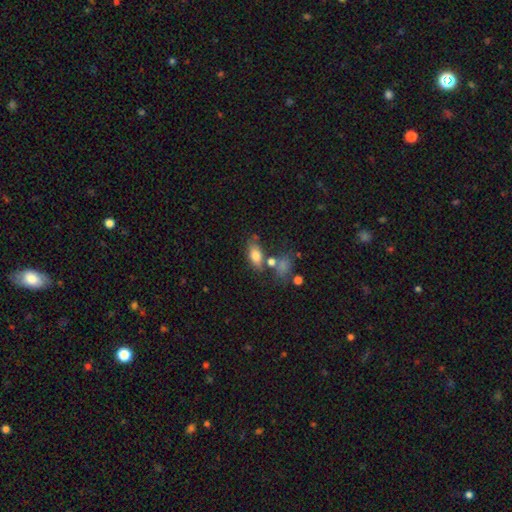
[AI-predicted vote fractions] Smooth or featured? Predicted: smooth (p=0.78). How rounded? Predicted: in between (p=0.84). Merging? Predicted: none (p=0.57).